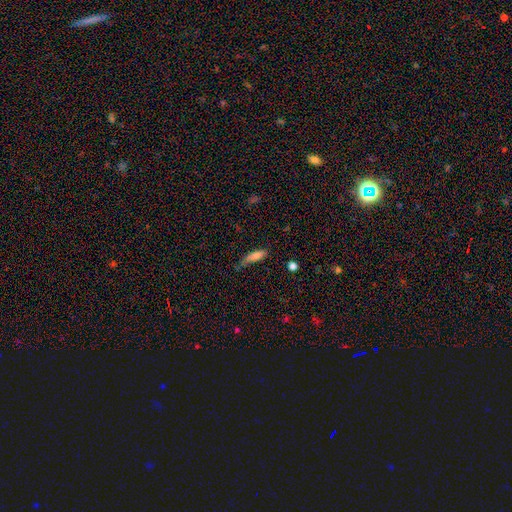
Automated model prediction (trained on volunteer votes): This appears to be a smooth galaxy with no disk features (77%) that is cigar-shaped (56%). Merging: none (50%).